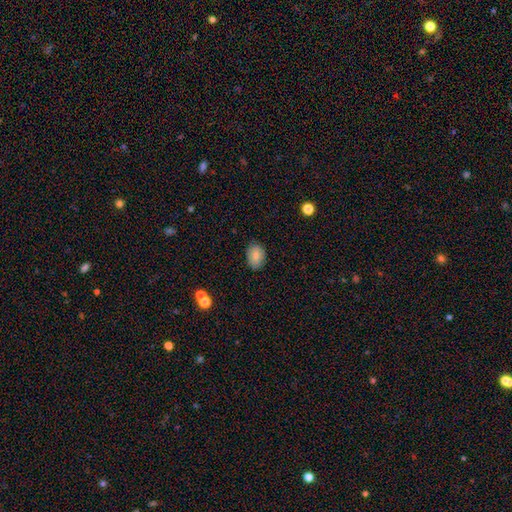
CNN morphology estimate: The model was most divided on "how rounded": in between: 82%, round: 17%, cigar-shaped: 1%. More confident: merging — none (84%); smooth or featured — smooth (83%).